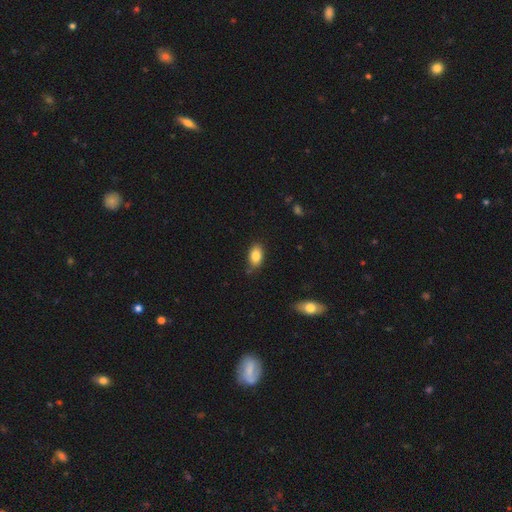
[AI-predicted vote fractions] This appears to be a smooth galaxy with no disk features (84%) that is in between round and cigar-shaped (89%). Merging: none (77%).